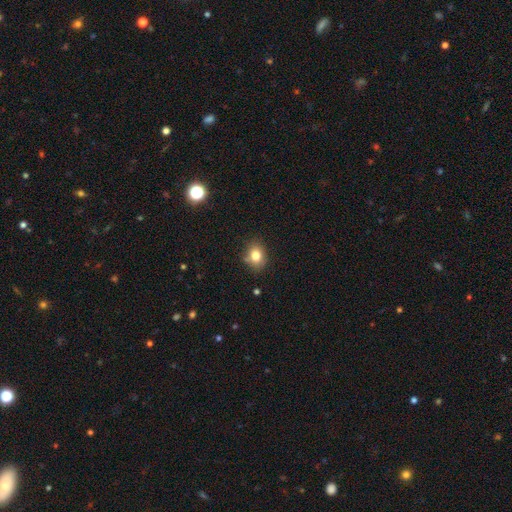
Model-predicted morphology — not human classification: type=smooth (79%); roundness=round (51%); merging=none (77%).